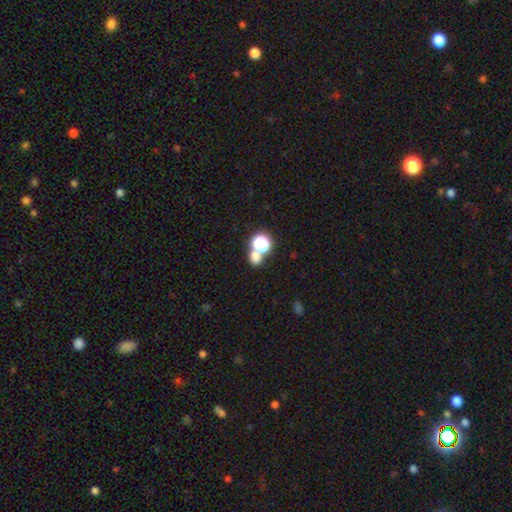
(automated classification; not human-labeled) The model was most divided on "merging": none: 53%, merger: 36%, minor disturbance: 7%, major disturbance: 4%. More confident: how rounded — round (69%); smooth or featured — smooth (64%).